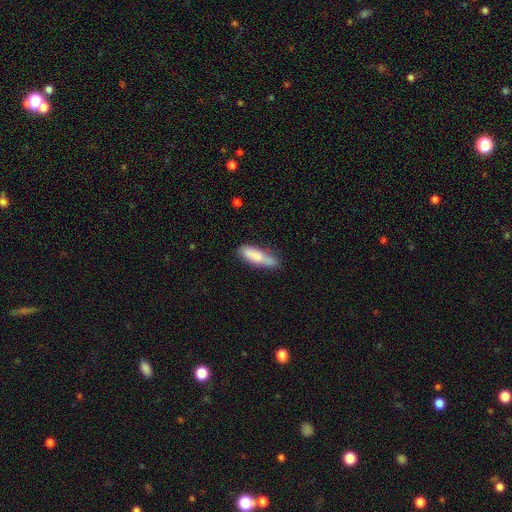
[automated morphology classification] type=smooth (79%); roundness=cigar-shaped (57%); merging=none (64%).